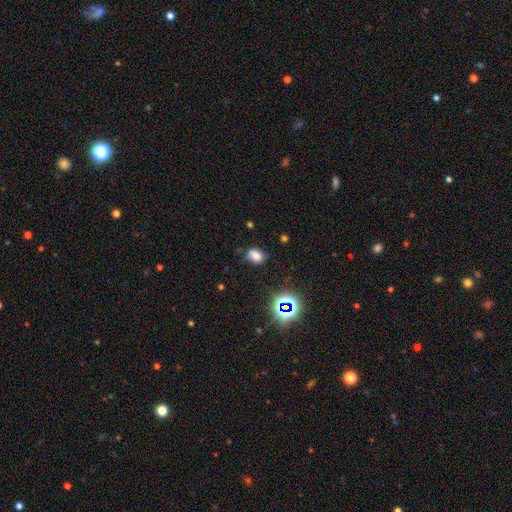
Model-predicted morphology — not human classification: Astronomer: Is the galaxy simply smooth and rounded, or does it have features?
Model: smooth — 71%.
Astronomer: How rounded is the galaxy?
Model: in between — 72%.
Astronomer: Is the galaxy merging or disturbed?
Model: none — 71%.